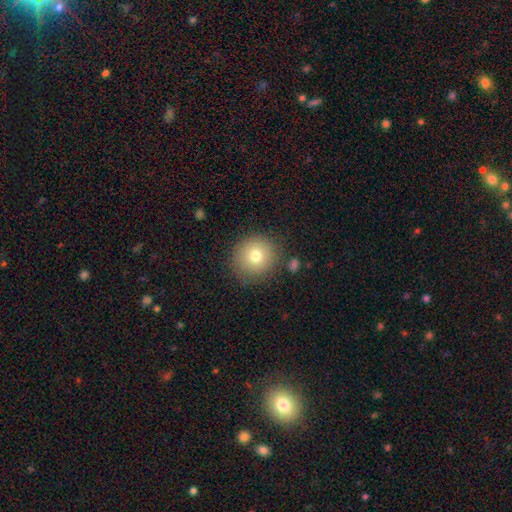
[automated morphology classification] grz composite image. It shows a smooth galaxy with no disk features (76%) that is round (92%). Merging: none (83%).